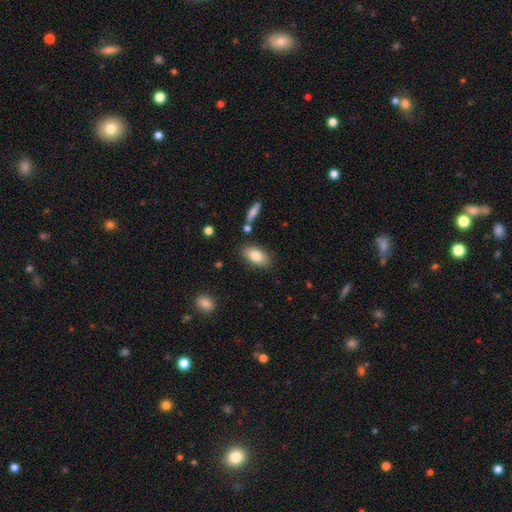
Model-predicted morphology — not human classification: A smooth galaxy with no disk features (81%) that is in between round and cigar-shaped (91%).

Vote fractions:
- Smooth or featured? smooth: 81% / featured or disk: 12% / star or artifact: 7%
- How rounded? in between: 91% / cigar-shaped: 5% / round: 4%
- Merging? none: 83% / minor disturbance: 11% / merger: 4% / major disturbance: 3%